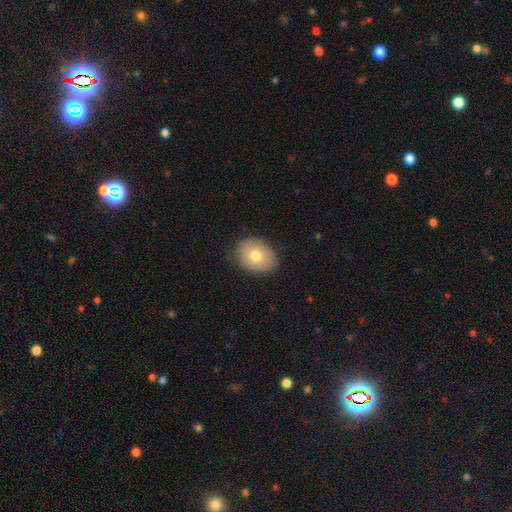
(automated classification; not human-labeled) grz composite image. It shows a smooth galaxy with no disk features (73%) that is in between round and cigar-shaped (62%). Merging: none (85%).